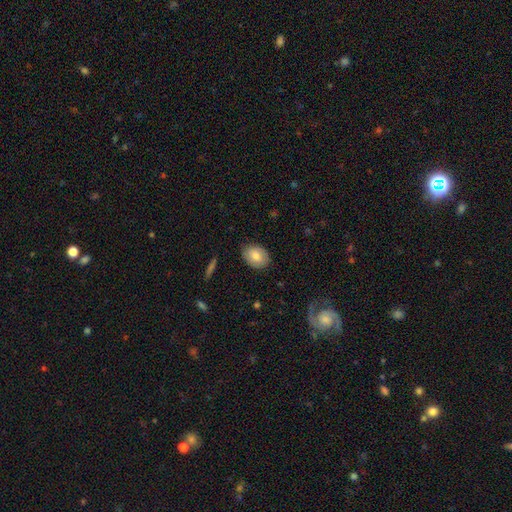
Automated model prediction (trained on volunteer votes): Q: Smooth or featured?
A: smooth (77%); runner-up: featured or disk (16%)
Q: How rounded?
A: in between (73%); runner-up: round (26%)
Q: Merging?
A: none (85%); runner-up: minor disturbance (12%)